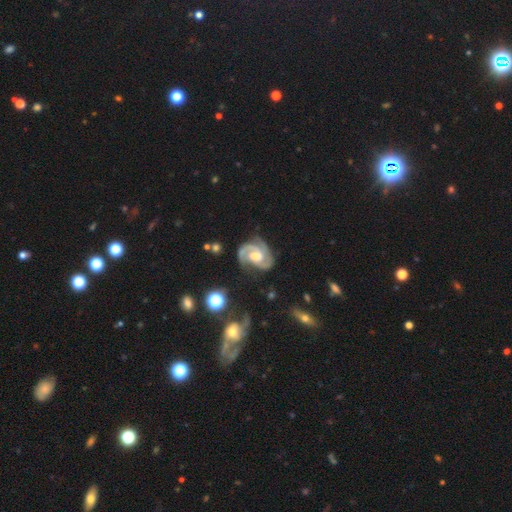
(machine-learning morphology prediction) Smooth or featured? featured or disk (91%)
Edge-on disk? no (98%)
Bar? no (47%)
Spiral arms? yes (98%)
Spiral winding? medium (46%, tied with tight)
Spiral arm count? 2 (54%)
Bulge size? moderate (59%)
Merging? none (66%)